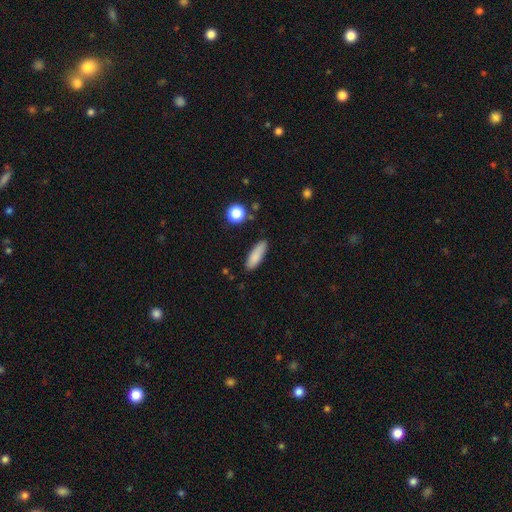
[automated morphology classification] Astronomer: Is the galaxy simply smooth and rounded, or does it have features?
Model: smooth — 85%.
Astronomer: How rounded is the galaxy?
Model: cigar-shaped — 50% (runner-up: in between, 48%).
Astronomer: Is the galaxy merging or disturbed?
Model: none — 83%.